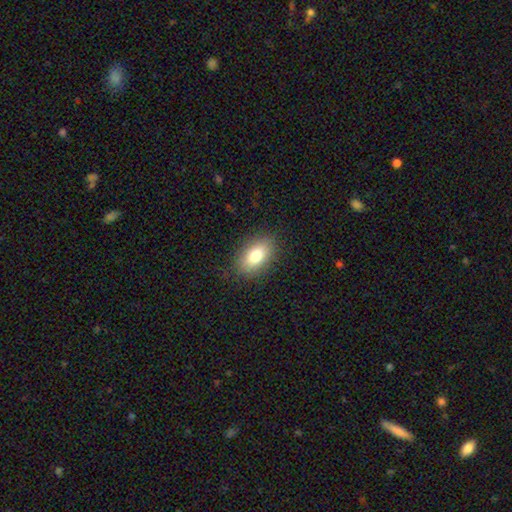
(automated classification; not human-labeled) Smooth or featured?
  - smooth: 80% *
  - featured or disk: 12%
  - star or artifact: 8%
How rounded?
  - in between: 89% *
  - round: 8%
  - cigar-shaped: 3%
Merging?
  - none: 84% *
  - minor disturbance: 11%
  - major disturbance: 4%
  - merger: 1%